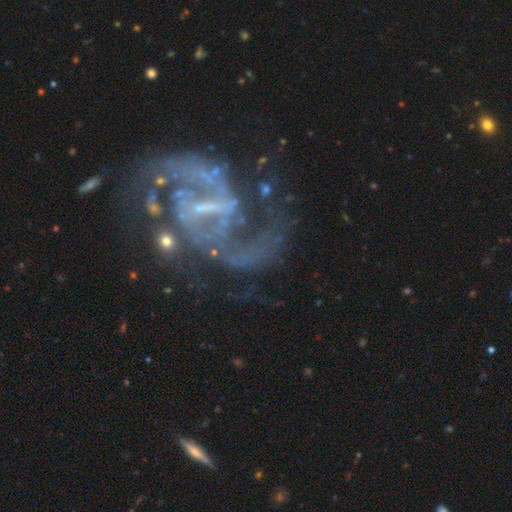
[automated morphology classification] Smooth or featured?
  - featured or disk: 90% *
  - star or artifact: 6%
  - smooth: 3%
Edge-on disk?
  - no: 98% *
  - yes: 2%
Bar?
  - weak: 45% *
  - strong: 43%
  - no: 12%
Spiral arms?
  - yes: 96% *
  - no: 4%
Spiral winding?
  - medium: 54% *
  - loose: 31%
  - tight: 16%
Spiral arm count?
  - 2: 87% *
  - can't tell: 5%
  - 3: 3%
  - 1: 2%
  - 4: 2%
  - more than 4: 2%
Bulge size?
  - small: 53% *
  - none: 33%
  - moderate: 12%
  - large: 1%
  - dominant: 1%
Merging?
  - none: 61% *
  - major disturbance: 19%
  - minor disturbance: 16%
  - merger: 4%